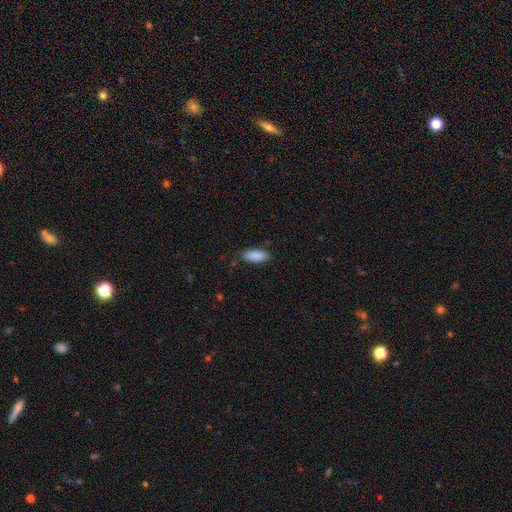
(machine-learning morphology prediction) Overall: smooth (89%). How rounded: in between (76%). Merging: none (83%).